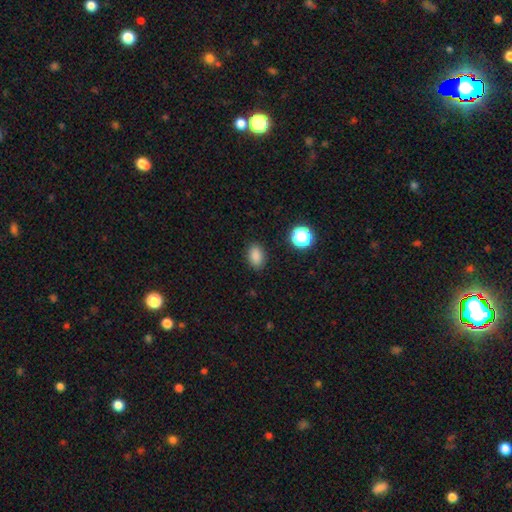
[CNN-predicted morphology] Overall: smooth (85%). How rounded: in between (82%). Merging: none (86%).